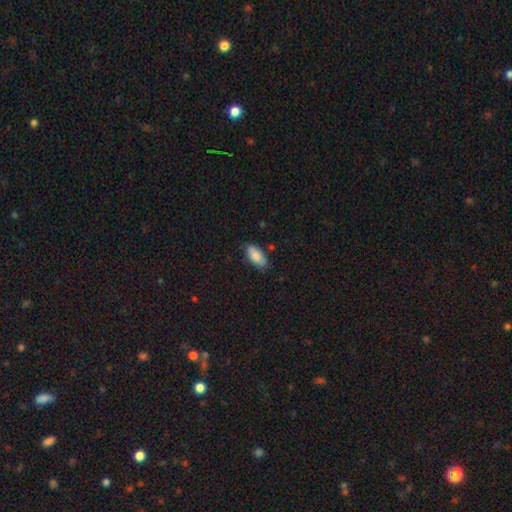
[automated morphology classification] Smooth or featured: smooth — 77% (featured or disk — 16%)
How rounded: in between — 91% (cigar-shaped — 6%)
Merging: none — 74% (minor disturbance — 21%)